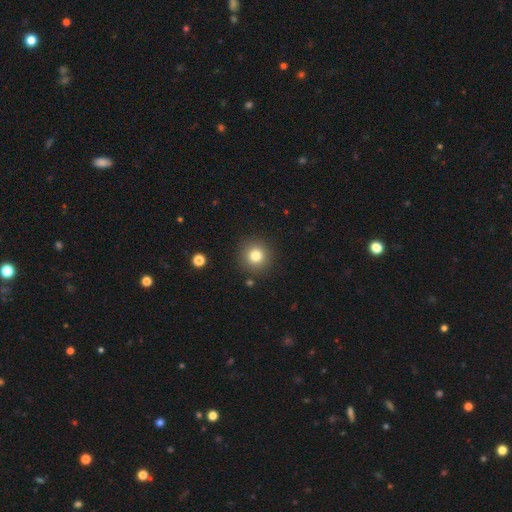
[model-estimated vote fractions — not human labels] Smooth or featured: smooth — 80% (star or artifact — 12%)
How rounded: round — 94% (in between — 5%)
Merging: none — 89% (minor disturbance — 7%)